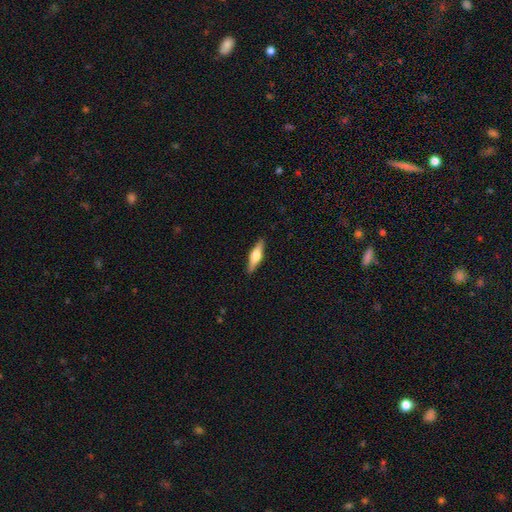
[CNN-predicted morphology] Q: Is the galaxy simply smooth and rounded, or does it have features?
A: featured or disk — 59%.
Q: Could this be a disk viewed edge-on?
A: yes — 96%.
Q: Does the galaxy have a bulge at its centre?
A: rounded — 92%.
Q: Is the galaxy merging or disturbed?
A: none — 90%.